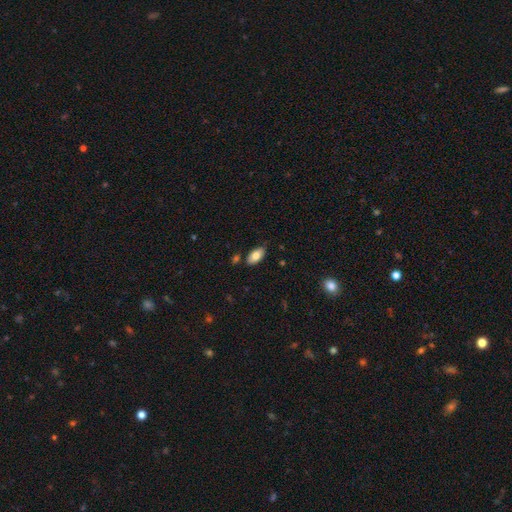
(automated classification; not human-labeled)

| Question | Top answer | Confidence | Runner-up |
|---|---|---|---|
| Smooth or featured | smooth | 78% | featured or disk (15%) |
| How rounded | in between | 94% | cigar-shaped (4%) |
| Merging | none | 83% | minor disturbance (12%) |